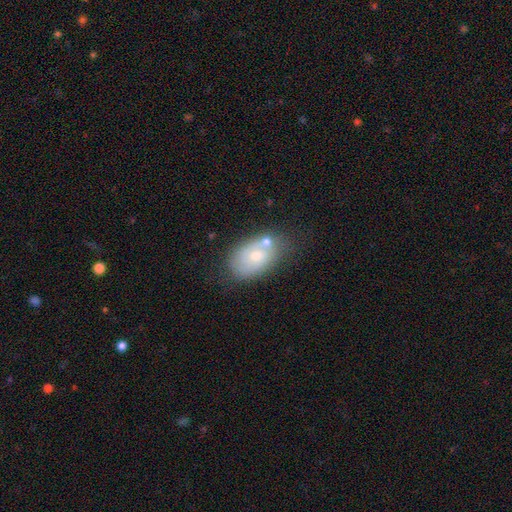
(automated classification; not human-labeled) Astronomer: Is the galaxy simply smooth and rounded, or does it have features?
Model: smooth — 49% (runner-up: featured or disk, 42%).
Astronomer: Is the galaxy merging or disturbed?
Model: none — 49%.